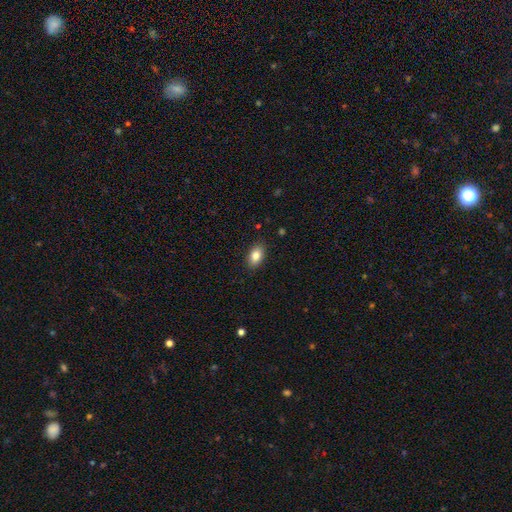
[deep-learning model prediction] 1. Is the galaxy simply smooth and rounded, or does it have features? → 84% smooth, 8% featured or disk, 8% star or artifact.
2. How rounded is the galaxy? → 90% in between, 7% round, 2% cigar-shaped.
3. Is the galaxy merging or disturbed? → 88% none, 9% minor disturbance, 2% major disturbance, 1% merger.